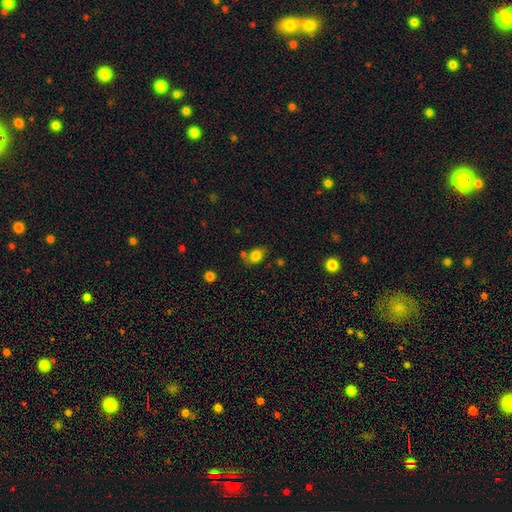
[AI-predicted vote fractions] Smooth or featured? Predicted: smooth (p=0.81). How rounded? Predicted: in between (p=0.67). Merging? Predicted: none (p=0.63).